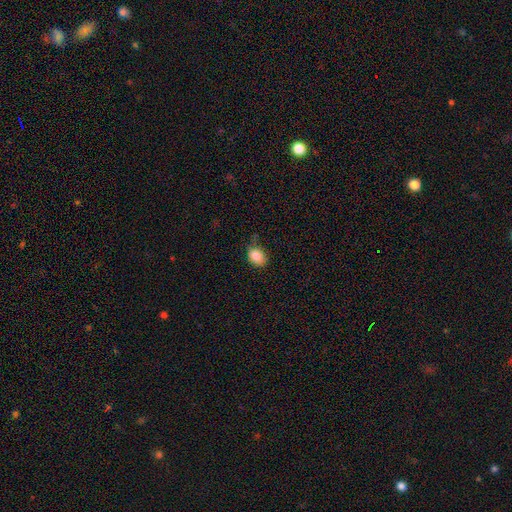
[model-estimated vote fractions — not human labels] This appears to be a smooth galaxy with no disk features (86%) that is in between round and cigar-shaped (66%). Merging: none (63%).